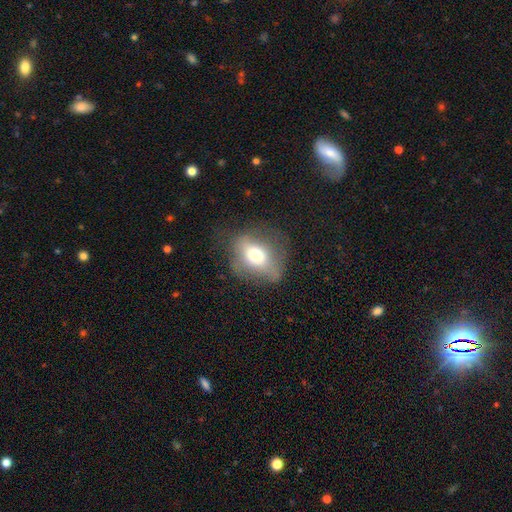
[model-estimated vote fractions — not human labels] A smooth galaxy with no disk features (57%) that is in between round and cigar-shaped (54%). Merging: none (56%).